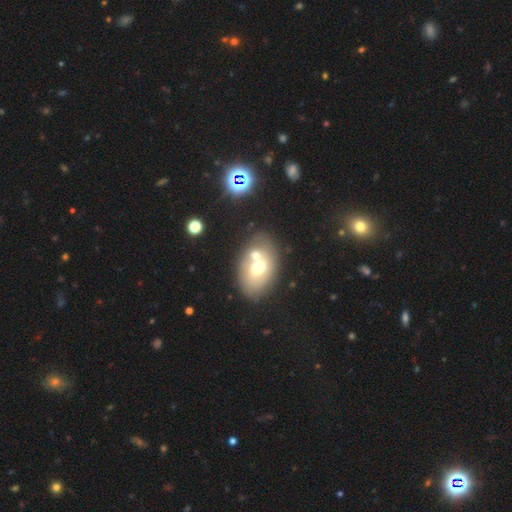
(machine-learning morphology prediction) Smooth or featured? Predicted: smooth (p=0.57). How rounded? Predicted: in between (p=0.79). Merging? Predicted: none (p=0.42).